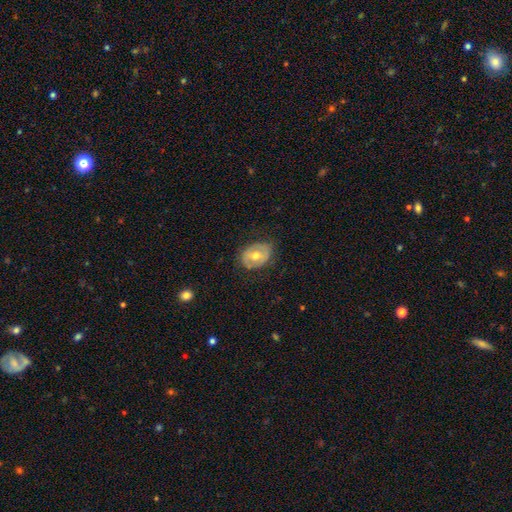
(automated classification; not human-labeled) Smooth or featured? Predicted: smooth (p=0.48). Merging? Predicted: none (p=0.73).